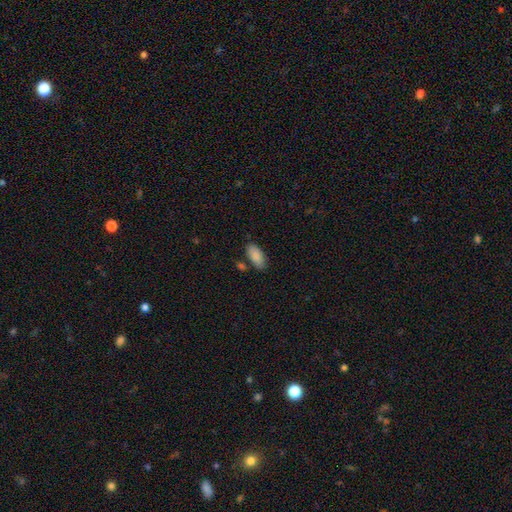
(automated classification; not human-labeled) Morphology: type=smooth (88%); roundness=in between (91%); merging=none (75%).